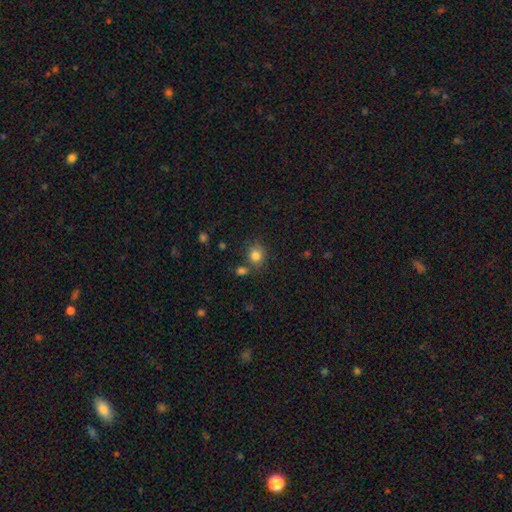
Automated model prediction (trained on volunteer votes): Smooth or featured? smooth (82%)
How rounded? round (76%)
Merging? none (72%)